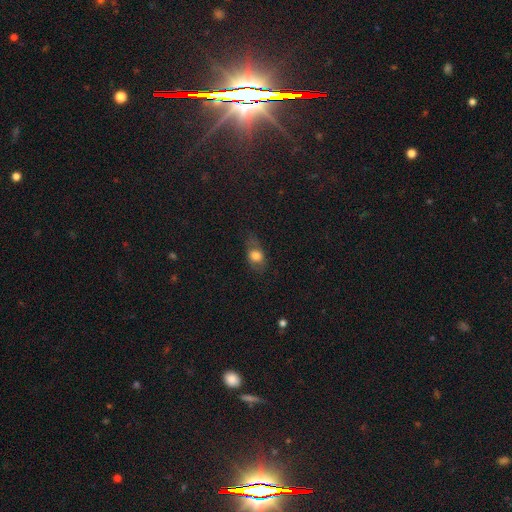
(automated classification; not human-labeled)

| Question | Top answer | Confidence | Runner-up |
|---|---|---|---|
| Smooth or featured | smooth | 70% | featured or disk (19%) |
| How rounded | in between | 69% | round (26%) |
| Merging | none | 62% | minor disturbance (24%) |